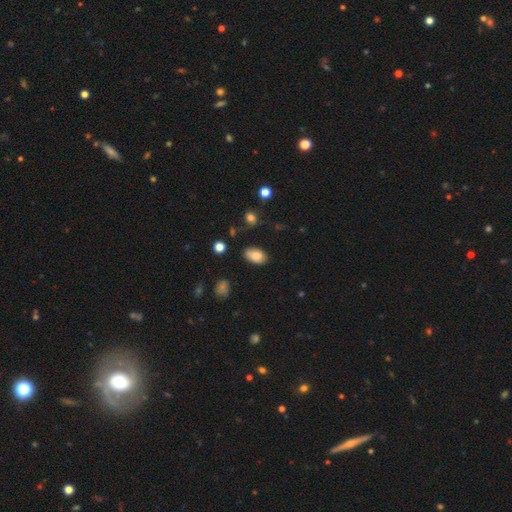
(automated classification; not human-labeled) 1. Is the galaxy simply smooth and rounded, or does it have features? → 84% smooth, 9% star or artifact, 8% featured or disk.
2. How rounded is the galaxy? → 93% in between, 5% round, 2% cigar-shaped.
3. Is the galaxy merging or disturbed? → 78% none, 16% minor disturbance, 4% major disturbance, 2% merger.